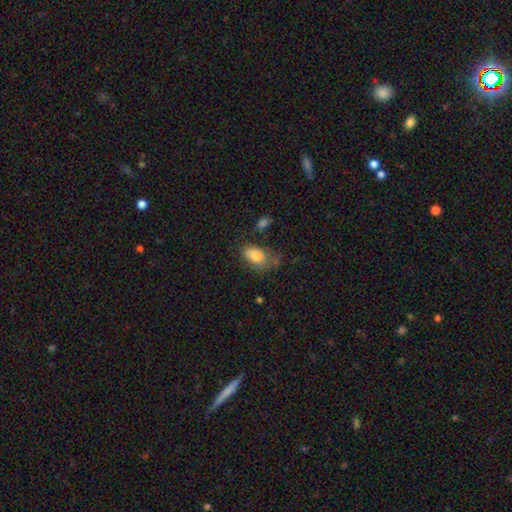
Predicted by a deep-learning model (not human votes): Smooth or featured? Predicted: smooth (p=0.81). How rounded? Predicted: in between (p=0.90). Merging? Predicted: none (p=0.50).